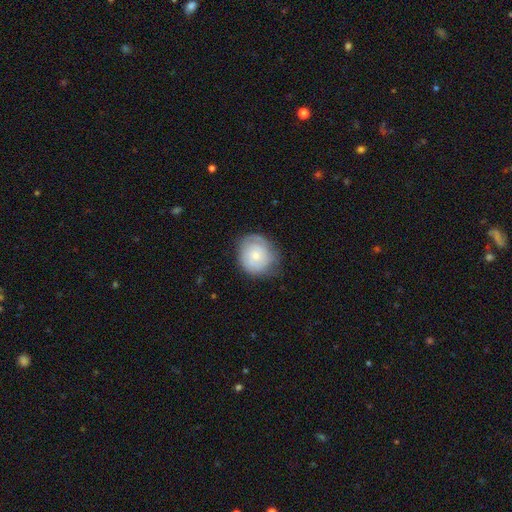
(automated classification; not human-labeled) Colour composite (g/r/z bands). It shows a smooth galaxy with no disk features (56%) that is round (84%). Merging: none (67%).